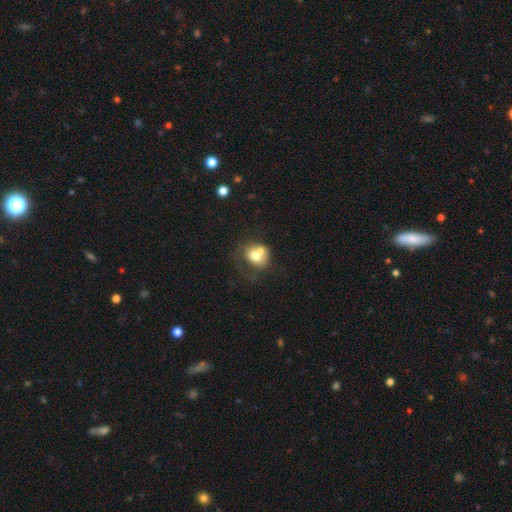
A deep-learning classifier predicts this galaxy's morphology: A smooth galaxy with no disk features (66%) that is round (65%).

Vote fractions:
- Smooth or featured? smooth: 66% / featured or disk: 25% / star or artifact: 9%
- How rounded? round: 65% / in between: 34% / cigar-shaped: 1%
- Merging? merger: 46% / none: 28% / minor disturbance: 14% / major disturbance: 12%